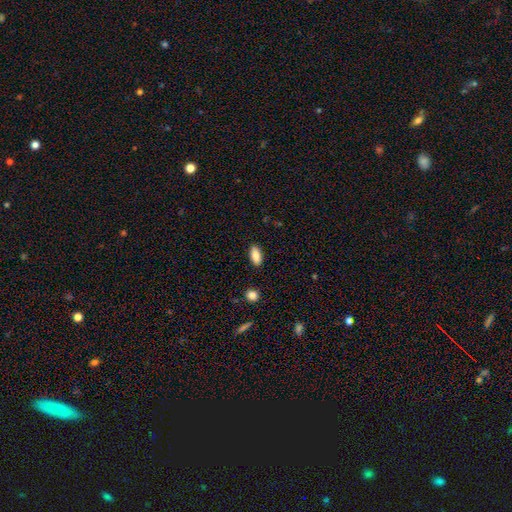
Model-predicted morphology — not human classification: Smooth or featured?
  - smooth: 84% *
  - featured or disk: 9%
  - star or artifact: 7%
How rounded?
  - in between: 85% *
  - cigar-shaped: 12%
  - round: 3%
Merging?
  - none: 89% *
  - minor disturbance: 8%
  - major disturbance: 2%
  - merger: 1%